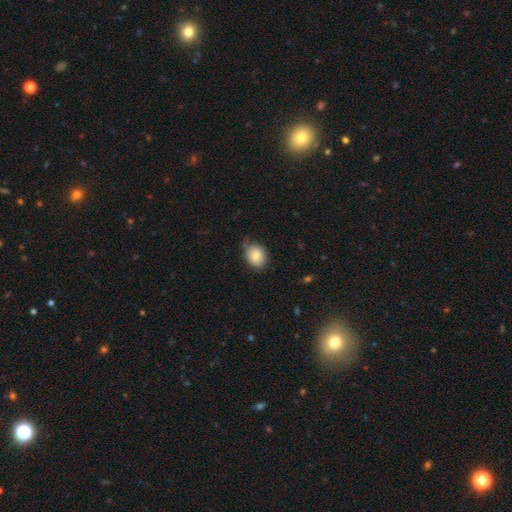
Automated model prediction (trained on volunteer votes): Smooth or featured?
  - smooth: 81% *
  - featured or disk: 10%
  - star or artifact: 8%
How rounded?
  - in between: 57% *
  - round: 42%
  - cigar-shaped: 1%
Merging?
  - none: 65% *
  - minor disturbance: 28%
  - major disturbance: 6%
  - merger: 2%